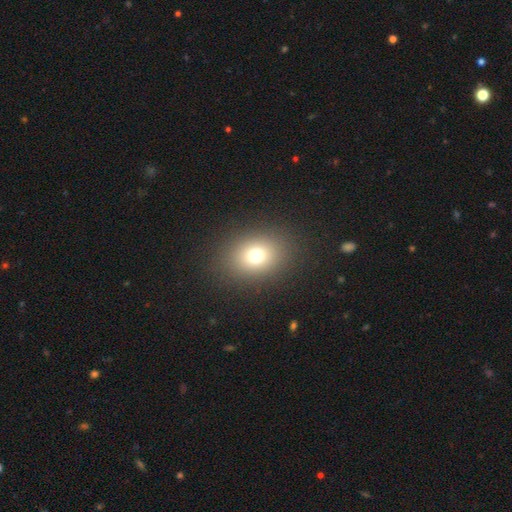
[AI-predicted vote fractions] Morphology: type=smooth (73%); roundness=round (50%); merging=none (88%).